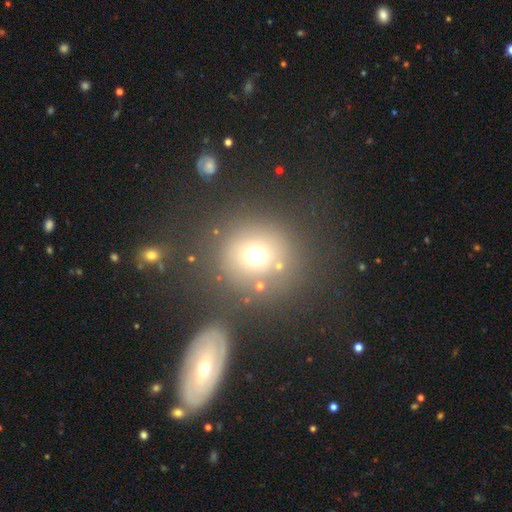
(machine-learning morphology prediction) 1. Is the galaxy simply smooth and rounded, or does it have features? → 70% smooth, 17% star or artifact, 13% featured or disk.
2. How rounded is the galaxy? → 90% round, 9% in between, 1% cigar-shaped.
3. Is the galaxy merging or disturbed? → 73% none, 10% merger, 10% minor disturbance, 6% major disturbance.